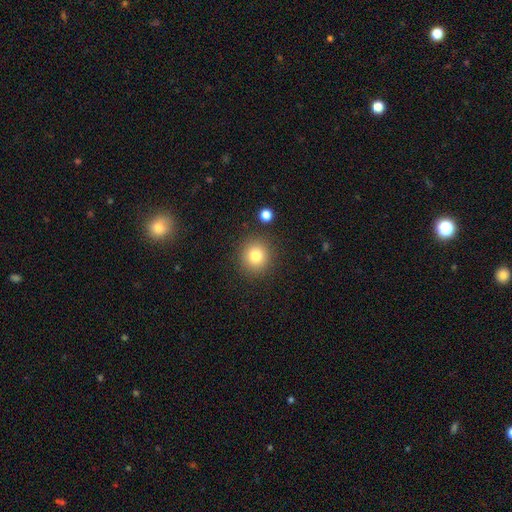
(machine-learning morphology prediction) type=smooth (80%); roundness=round (90%); merging=none (87%).